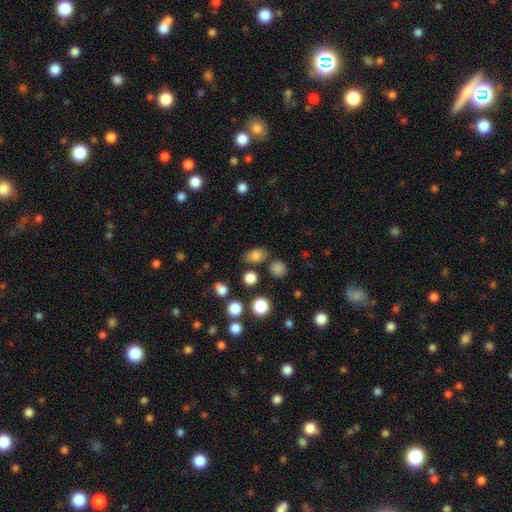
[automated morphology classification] A smooth galaxy with no disk features (80%) that is in between round and cigar-shaped (70%). Merging: none (74%).